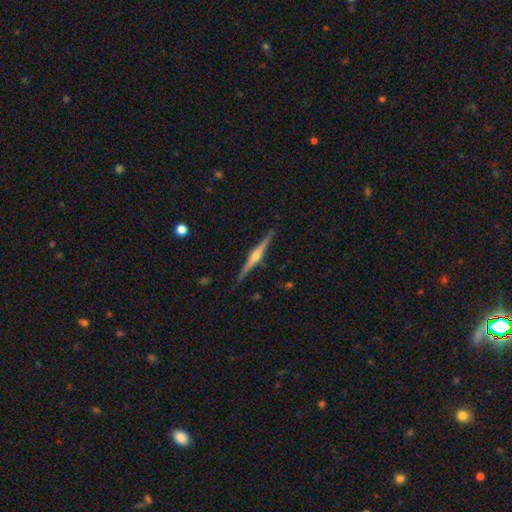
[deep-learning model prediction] This appears to be a featured or disk galaxy (83%) viewed edge-on (99%) with a rounded central bulge (91%). Merging: none (91%).